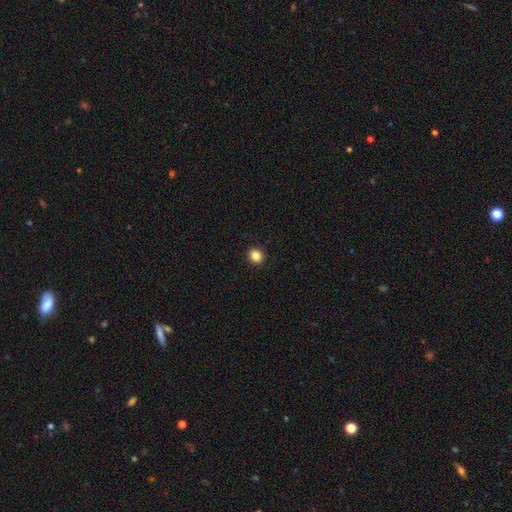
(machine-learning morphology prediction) Overall: smooth (85%). How rounded: round (79%). Merging: none (93%).